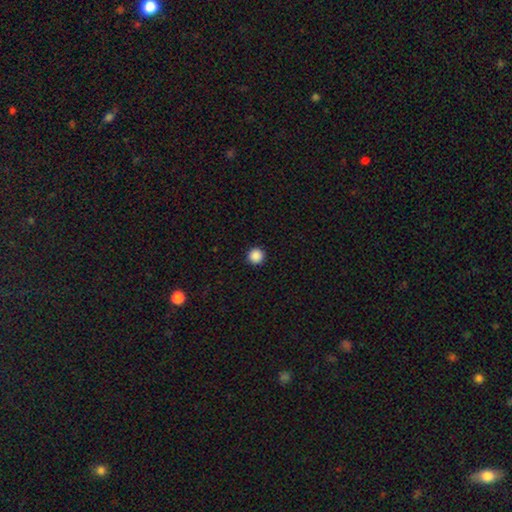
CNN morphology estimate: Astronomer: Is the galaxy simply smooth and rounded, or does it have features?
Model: smooth — 88%.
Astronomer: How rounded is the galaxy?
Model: round — 96%.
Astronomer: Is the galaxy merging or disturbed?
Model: none — 94%.